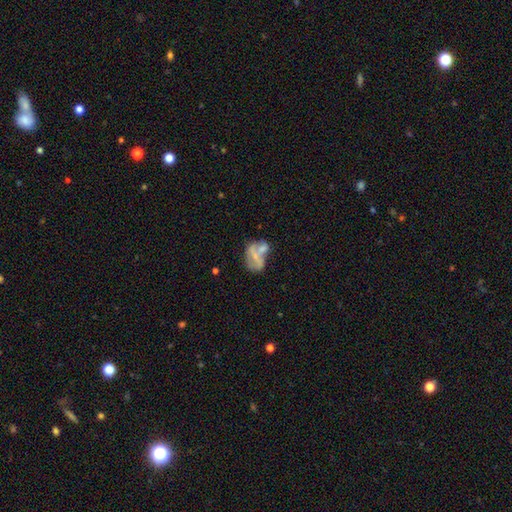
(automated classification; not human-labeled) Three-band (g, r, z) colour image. It shows a featured or disk galaxy (50%). Merging: merger (39%).